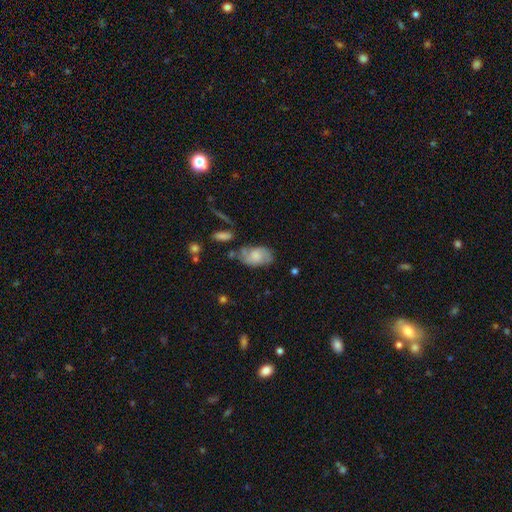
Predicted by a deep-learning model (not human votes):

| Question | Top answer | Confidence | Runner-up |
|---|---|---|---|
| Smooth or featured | smooth | 50% | featured or disk (42%) |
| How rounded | in between | 90% | round (8%) |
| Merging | none | 56% | minor disturbance (27%) |